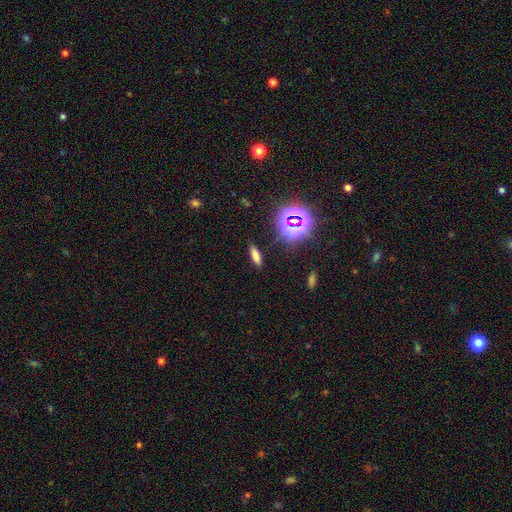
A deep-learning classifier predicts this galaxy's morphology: type=smooth (68%); roundness=cigar-shaped (51%); merging=none (87%).